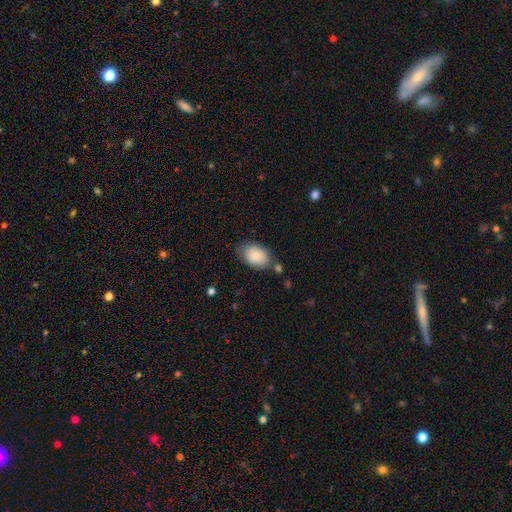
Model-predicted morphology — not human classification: smooth 83%, featured or disk 11%, star or artifact 6%. Down the decision tree: how rounded — in between (86%); merging — none (67%).